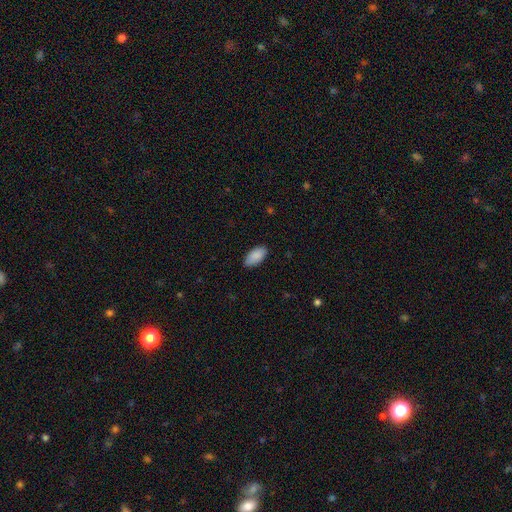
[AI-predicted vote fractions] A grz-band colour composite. It shows a smooth galaxy with no disk features (90%) that is in between round and cigar-shaped (94%). Merging: none (85%).